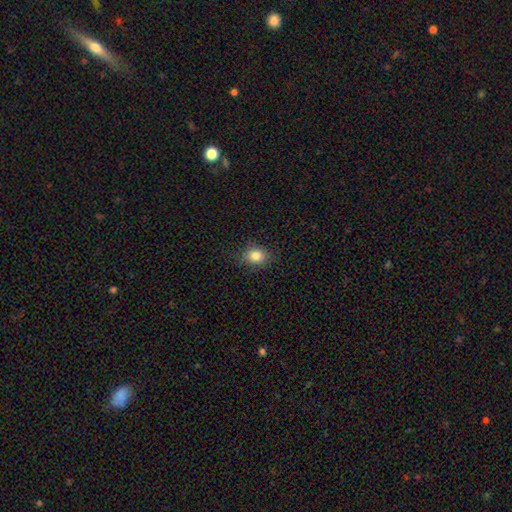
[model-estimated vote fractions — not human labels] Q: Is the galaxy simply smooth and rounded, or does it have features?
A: smooth — 83%.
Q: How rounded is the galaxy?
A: round — 54%.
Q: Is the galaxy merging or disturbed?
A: none — 82%.